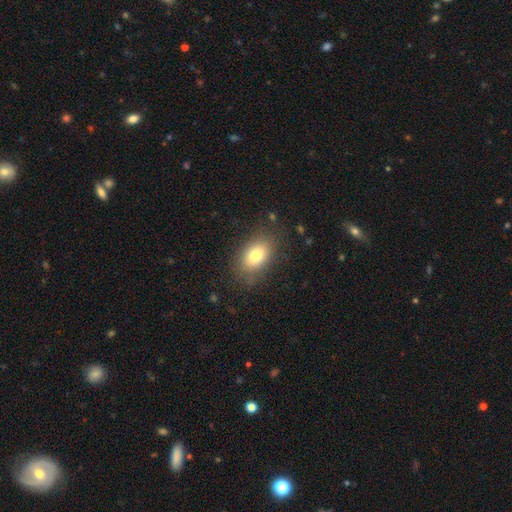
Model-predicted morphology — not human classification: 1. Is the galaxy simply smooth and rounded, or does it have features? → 78% smooth, 12% featured or disk, 9% star or artifact.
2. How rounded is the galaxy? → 84% in between, 14% round, 2% cigar-shaped.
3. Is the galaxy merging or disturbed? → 81% none, 13% minor disturbance, 5% major disturbance, 1% merger.